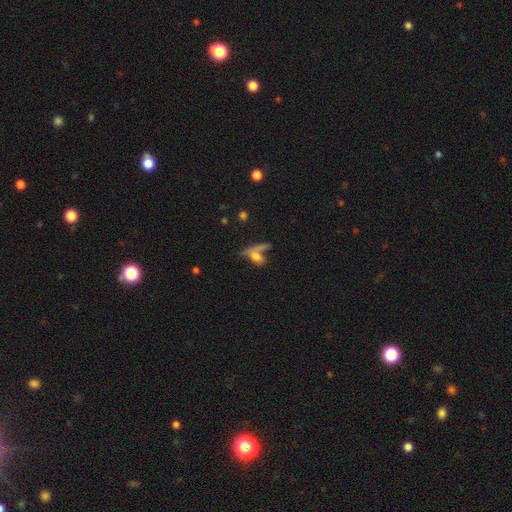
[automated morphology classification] smooth-or-featured: smooth: 60% | featured or disk: 26% | star or artifact: 13%
  how-rounded: in between: 51% | cigar-shaped: 32% | round: 16%
  merging: none: 39% | merger: 36% | minor disturbance: 13% | major disturbance: 11%